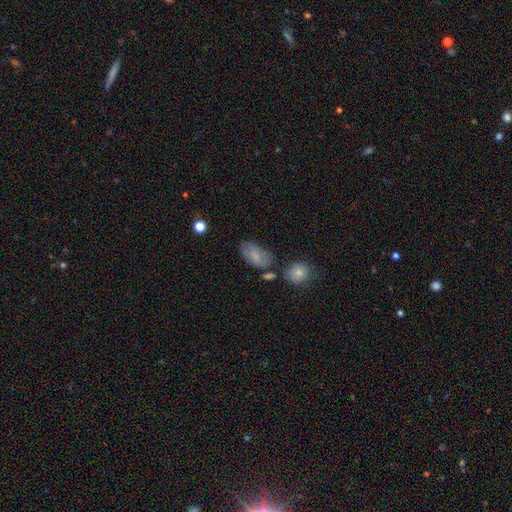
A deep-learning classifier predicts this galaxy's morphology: smooth 73%, featured or disk 19%, star or artifact 8%. Down the decision tree: how rounded — in between (92%); merging — none (56%).